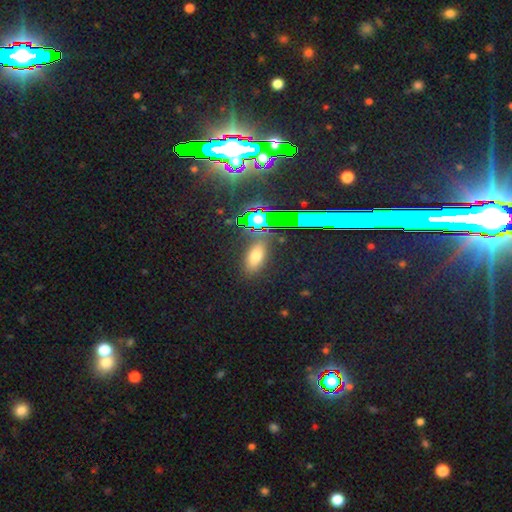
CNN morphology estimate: smooth-or-featured: smooth: 61% | star or artifact: 28% | featured or disk: 11%
  how-rounded: in between: 78% | cigar-shaped: 11% | round: 11%
  merging: none: 83% | minor disturbance: 10% | major disturbance: 4% | merger: 3%